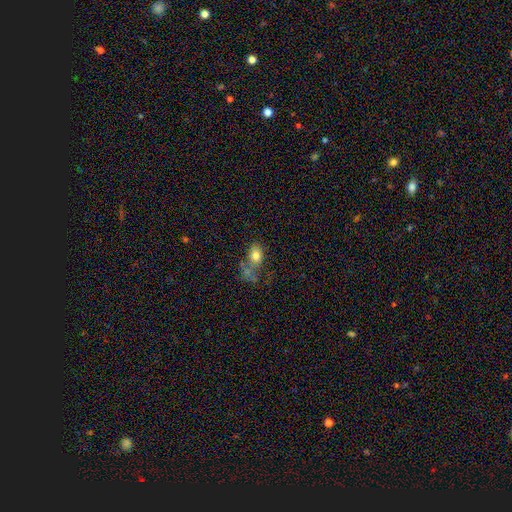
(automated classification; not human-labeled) Smooth or featured?
  - smooth: 77% *
  - featured or disk: 13%
  - star or artifact: 10%
How rounded?
  - in between: 76% *
  - round: 22%
  - cigar-shaped: 2%
Merging?
  - none: 35% *
  - merger: 29%
  - major disturbance: 18%
  - minor disturbance: 18%